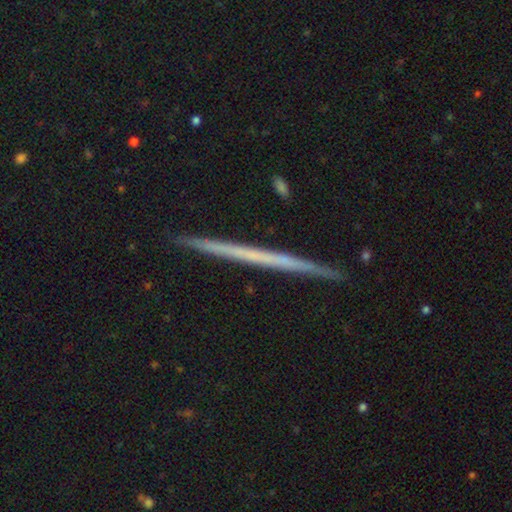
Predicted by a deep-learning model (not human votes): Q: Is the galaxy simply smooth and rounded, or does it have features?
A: featured or disk — 61%.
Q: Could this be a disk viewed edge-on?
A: yes — 98%.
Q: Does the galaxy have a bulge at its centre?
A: none — 94%.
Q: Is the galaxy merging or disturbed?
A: none — 92%.